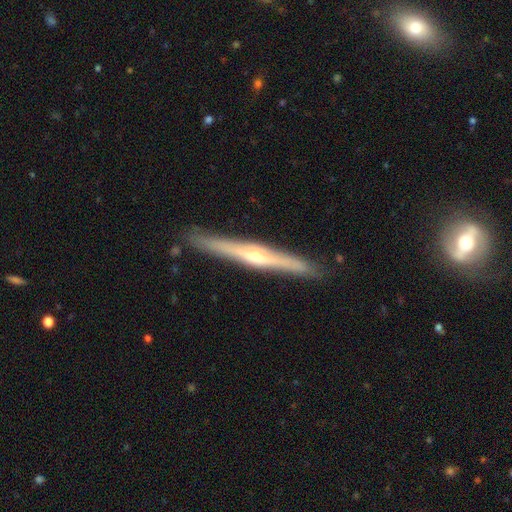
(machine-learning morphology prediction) smooth-or-featured: featured or disk: 75% | smooth: 19% | star or artifact: 6%
  disk-edge-on: yes: 97% | no: 3%
    edge-on-bulge: rounded: 80% | none: 16% | boxy: 4%
  merging: none: 89% | minor disturbance: 8% | major disturbance: 1% | merger: 1%